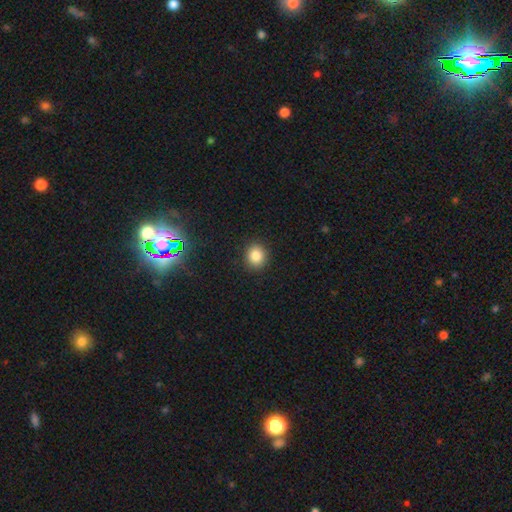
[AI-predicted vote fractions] This appears to be a smooth galaxy with no disk features (84%) that is round (82%). Merging: none (91%).